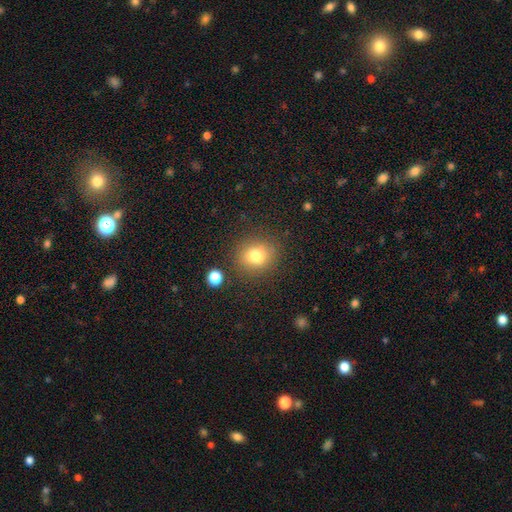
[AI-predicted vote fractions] The model was most divided on "how rounded": round: 79%, in between: 20%, cigar-shaped: 1%. More confident: merging — none (83%); smooth or featured — smooth (78%).